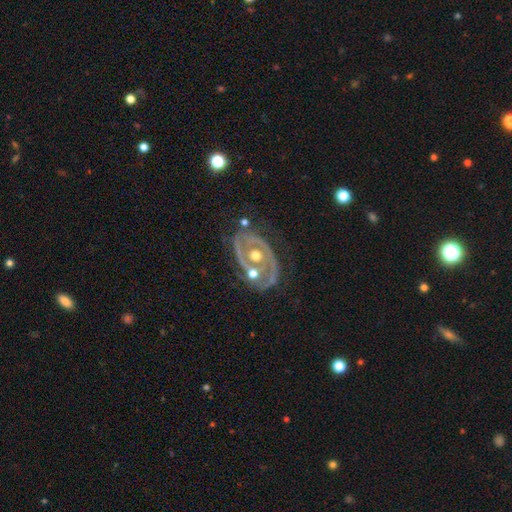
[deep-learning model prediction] Q: Smooth or featured?
A: featured or disk (84%); runner-up: smooth (10%)
Q: Edge-on disk?
A: no (96%); runner-up: yes (4%)
Q: Bar?
A: no (79%); runner-up: weak (15%)
Q: Spiral arms?
A: yes (71%); runner-up: no (29%)
Q: Spiral winding?
A: tight (56%); runner-up: medium (32%)
Q: Spiral arm count?
A: 2 (60%); runner-up: can't tell (18%)
Q: Bulge size?
A: moderate (76%); runner-up: small (16%)
Q: Merging?
A: none (58%); runner-up: minor disturbance (19%)